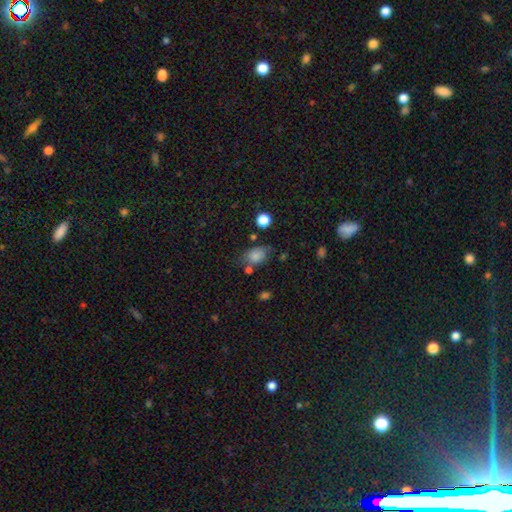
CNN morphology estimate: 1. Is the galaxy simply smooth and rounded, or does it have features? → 81% smooth, 11% star or artifact, 8% featured or disk.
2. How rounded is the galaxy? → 75% in between, 24% round, 2% cigar-shaped.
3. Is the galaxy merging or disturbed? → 57% none, 25% minor disturbance, 9% merger, 9% major disturbance.